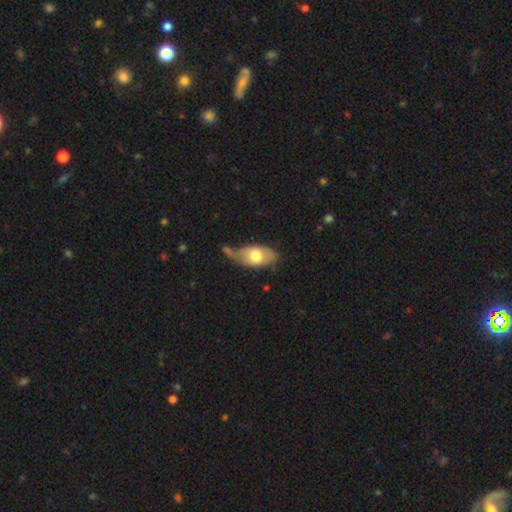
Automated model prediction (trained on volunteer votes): Morphology: type=smooth (67%); roundness=in between (89%); merging=none (43%).